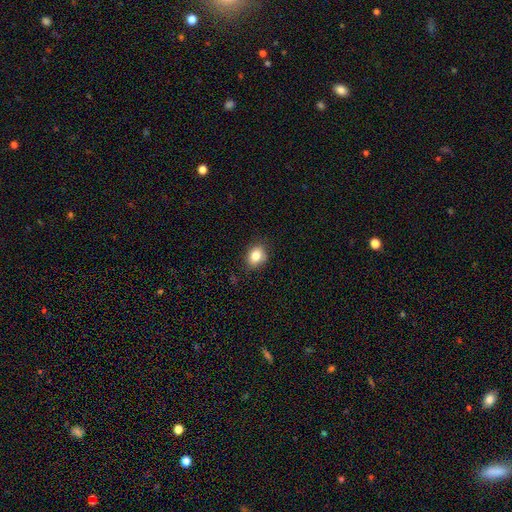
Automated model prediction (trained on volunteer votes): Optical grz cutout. It shows a smooth galaxy with no disk features (83%) that is in between round and cigar-shaped (55%). Merging: none (81%).